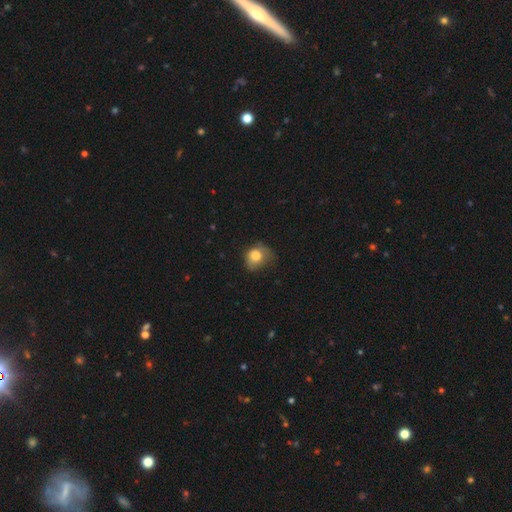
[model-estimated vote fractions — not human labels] This is likely a smooth galaxy (77%). How rounded: possibly round (58%). Merging: marginally minor disturbance (38%).